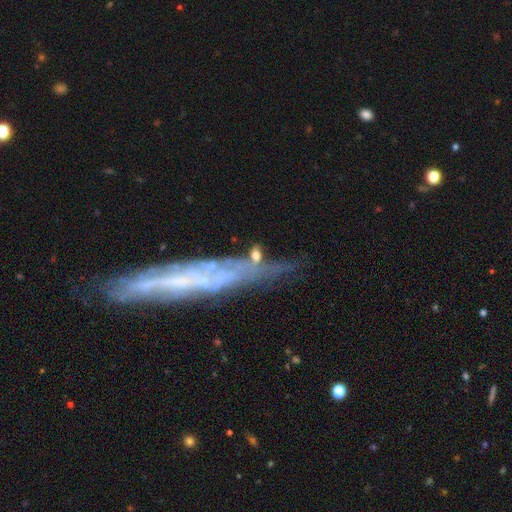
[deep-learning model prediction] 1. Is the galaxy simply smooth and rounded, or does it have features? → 44% smooth, 39% featured or disk, 17% star or artifact.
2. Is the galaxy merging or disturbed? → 44% none, 20% merger, 18% minor disturbance, 17% major disturbance.